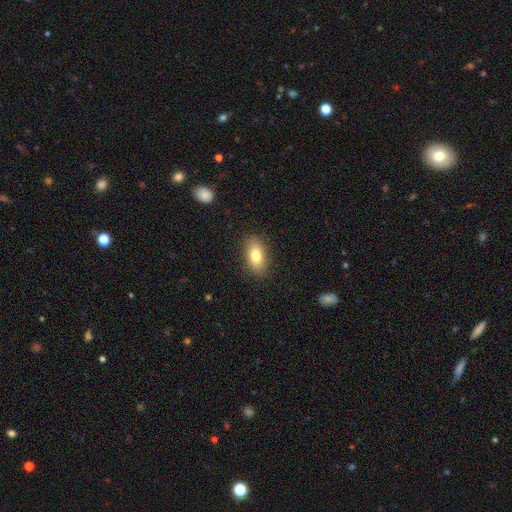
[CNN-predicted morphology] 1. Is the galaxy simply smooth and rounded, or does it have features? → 79% smooth, 13% featured or disk, 8% star or artifact.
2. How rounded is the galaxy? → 87% in between, 7% round, 6% cigar-shaped.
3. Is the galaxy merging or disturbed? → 87% none, 9% minor disturbance, 3% major disturbance, 1% merger.